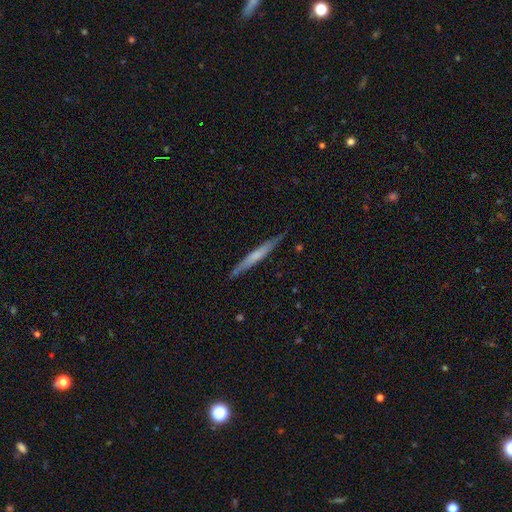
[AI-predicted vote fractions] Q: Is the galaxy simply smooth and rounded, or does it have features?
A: featured or disk — 50%.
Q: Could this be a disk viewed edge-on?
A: yes — 95%.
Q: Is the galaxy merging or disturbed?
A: none — 87%.